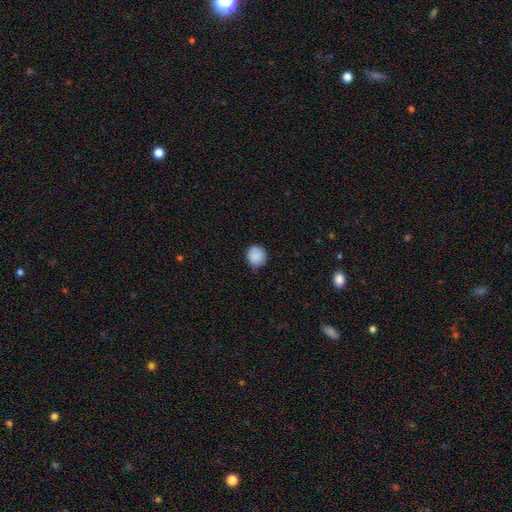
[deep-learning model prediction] smooth-or-featured: smooth: 88% | star or artifact: 8% | featured or disk: 4%
  how-rounded: round: 87% | in between: 12% | cigar-shaped: 1%
  merging: none: 79% | minor disturbance: 17% | major disturbance: 3% | merger: 1%